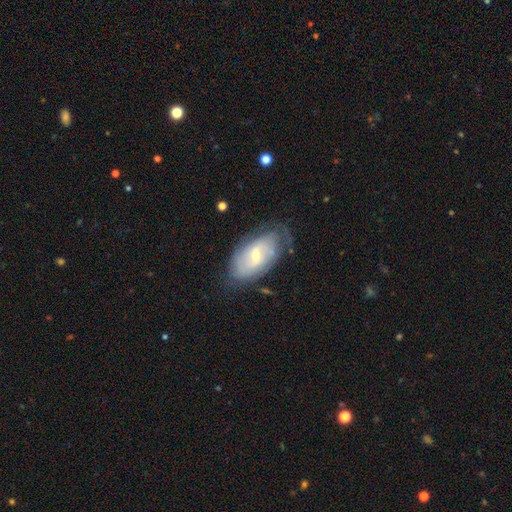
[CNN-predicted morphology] Smooth or featured? Predicted: featured or disk (p=0.69). Edge-on disk? Predicted: no (p=0.93). Bar? Predicted: weak (p=0.54). Spiral arms? Predicted: yes (p=0.79). Spiral winding? Predicted: tight (p=0.49). Spiral arm count? Predicted: 2 (p=0.44). Bulge size? Predicted: small (p=0.53). Merging? Predicted: none (p=0.66).